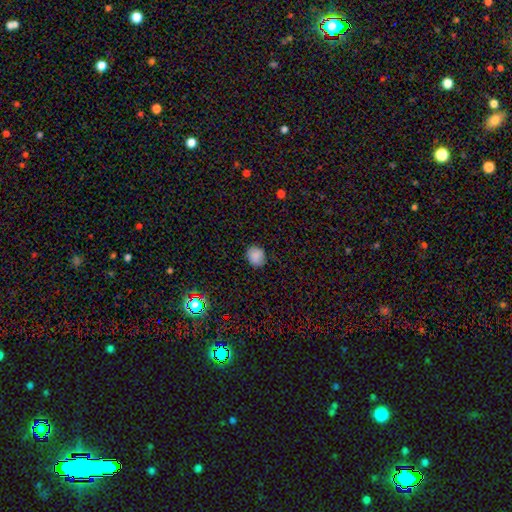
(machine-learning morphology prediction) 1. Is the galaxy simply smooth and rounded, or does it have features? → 83% smooth, 11% star or artifact, 6% featured or disk.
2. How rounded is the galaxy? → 71% round, 29% in between, 1% cigar-shaped.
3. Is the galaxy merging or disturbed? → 83% none, 13% minor disturbance, 3% major disturbance, 1% merger.